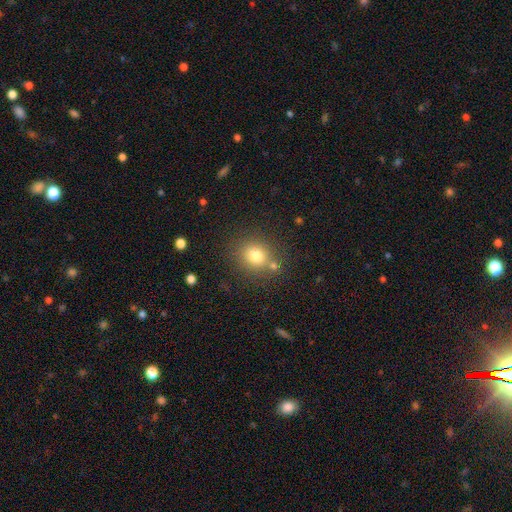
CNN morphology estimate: The model was most divided on "how rounded": round: 79%, in between: 20%, cigar-shaped: 1%. More confident: smooth or featured — smooth (77%); merging — none (74%).